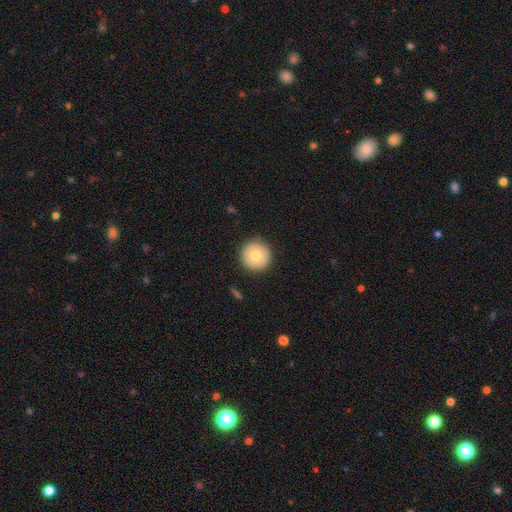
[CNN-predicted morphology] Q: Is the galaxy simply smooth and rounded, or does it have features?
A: smooth — 70%.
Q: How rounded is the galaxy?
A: round — 97%.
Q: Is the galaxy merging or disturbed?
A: none — 91%.